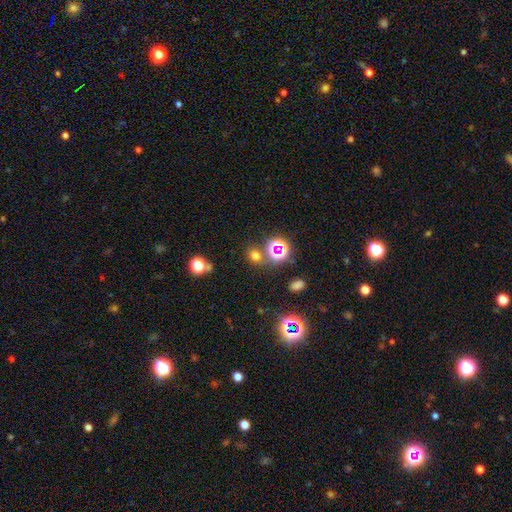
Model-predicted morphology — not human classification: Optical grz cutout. It shows a smooth galaxy with no disk features (61%) that is round (76%). Merging: none (75%).